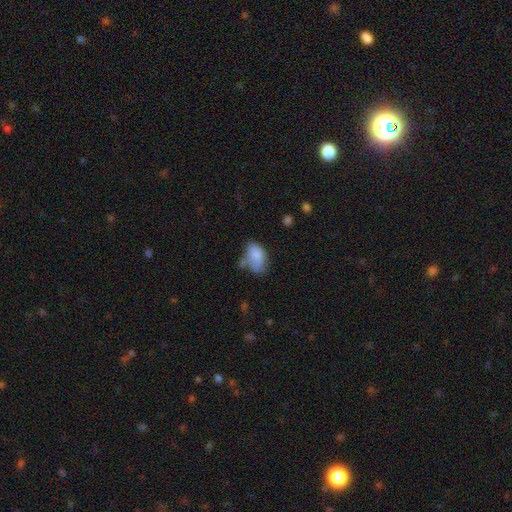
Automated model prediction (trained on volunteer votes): A smooth galaxy with no disk features (76%) that is in between round and cigar-shaped (86%). Merging: none (35%).